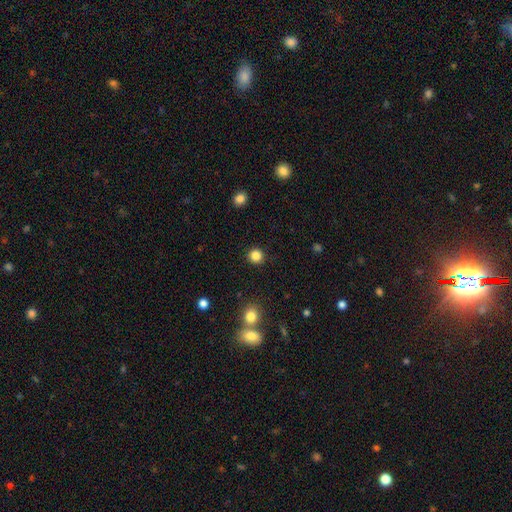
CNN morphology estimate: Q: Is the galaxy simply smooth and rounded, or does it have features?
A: smooth — 85%.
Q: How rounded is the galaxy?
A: round — 93%.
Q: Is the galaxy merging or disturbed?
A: none — 91%.